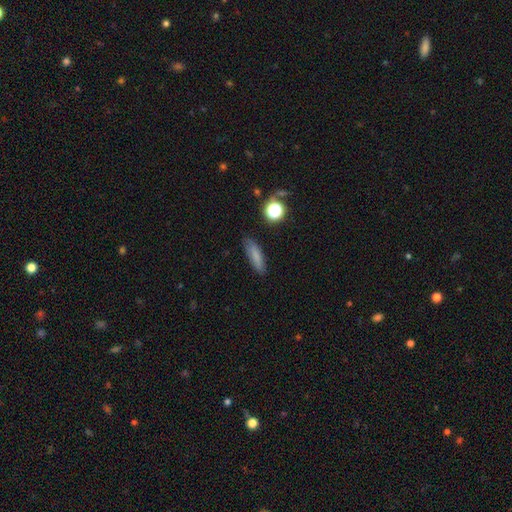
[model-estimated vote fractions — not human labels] Smooth or featured?
  - smooth: 78% *
  - featured or disk: 12%
  - star or artifact: 10%
How rounded?
  - cigar-shaped: 61% *
  - in between: 36%
  - round: 3%
Merging?
  - none: 83% *
  - minor disturbance: 12%
  - major disturbance: 3%
  - merger: 2%